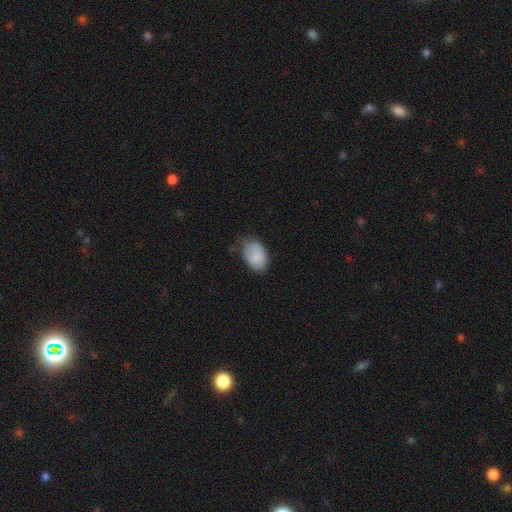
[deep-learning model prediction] Morphology: type=smooth (84%); roundness=in between (86%); merging=none (54%).